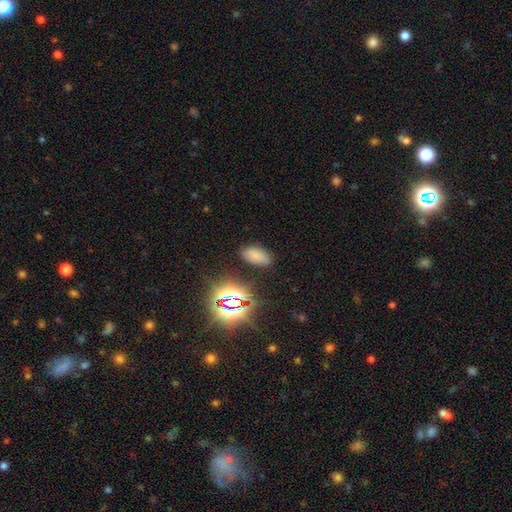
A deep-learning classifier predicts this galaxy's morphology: Smooth or featured? smooth (70%)
How rounded? in between (93%)
Merging? none (82%)